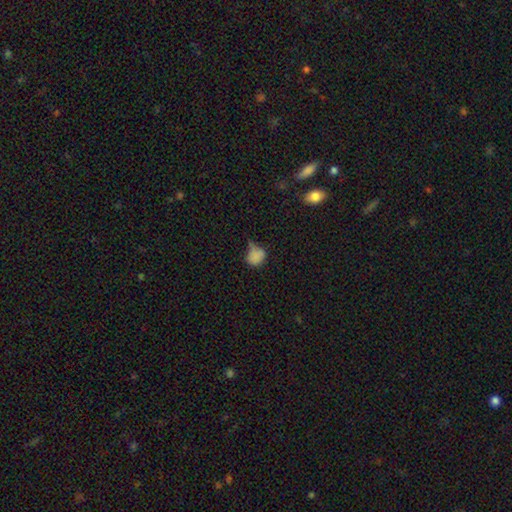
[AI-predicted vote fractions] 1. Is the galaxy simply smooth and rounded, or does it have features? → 79% smooth, 13% star or artifact, 9% featured or disk.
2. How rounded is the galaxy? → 58% round, 41% in between, 2% cigar-shaped.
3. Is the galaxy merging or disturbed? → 38% none, 34% minor disturbance, 16% major disturbance, 12% merger.